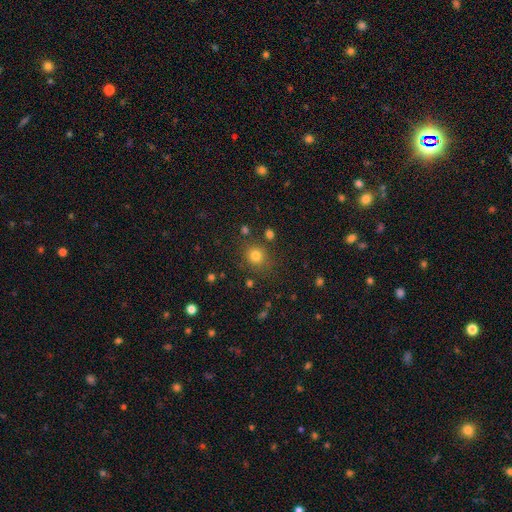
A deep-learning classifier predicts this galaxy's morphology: Q: Smooth or featured?
A: smooth (78%); runner-up: star or artifact (15%)
Q: How rounded?
A: round (82%); runner-up: in between (18%)
Q: Merging?
A: none (79%); runner-up: minor disturbance (11%)